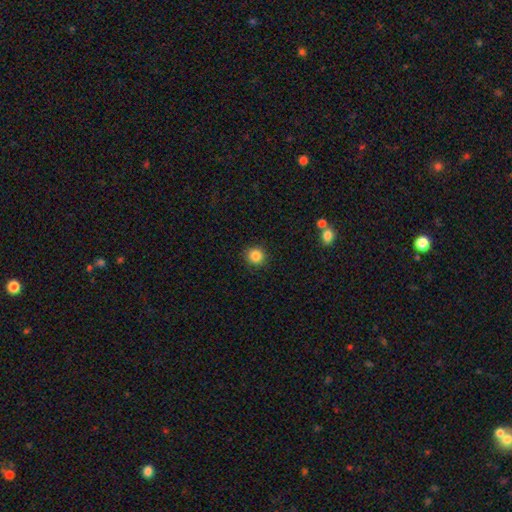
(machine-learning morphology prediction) Smooth or featured? smooth (85%)
How rounded? round (94%)
Merging? none (91%)